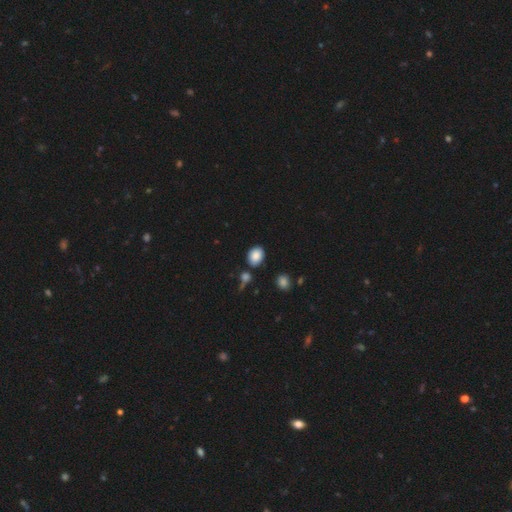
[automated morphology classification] A smooth galaxy with no disk features (86%) that is in between round and cigar-shaped (54%).

Vote fractions:
- Smooth or featured? smooth: 86% / star or artifact: 9% / featured or disk: 5%
- How rounded? in between: 54% / round: 44% / cigar-shaped: 1%
- Merging? none: 80% / minor disturbance: 11% / merger: 6% / major disturbance: 3%